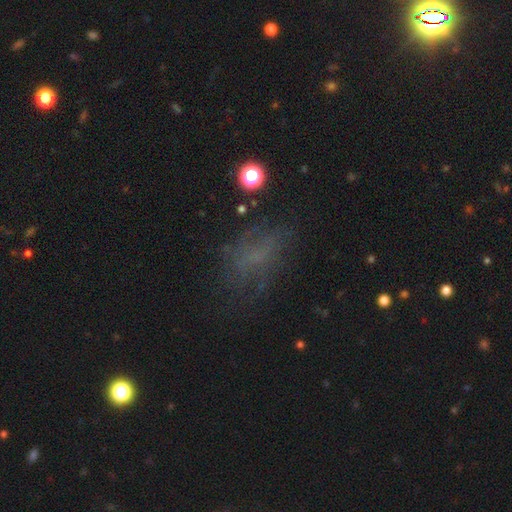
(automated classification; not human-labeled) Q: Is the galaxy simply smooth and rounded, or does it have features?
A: smooth — 42%.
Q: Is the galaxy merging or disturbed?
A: none — 56%.